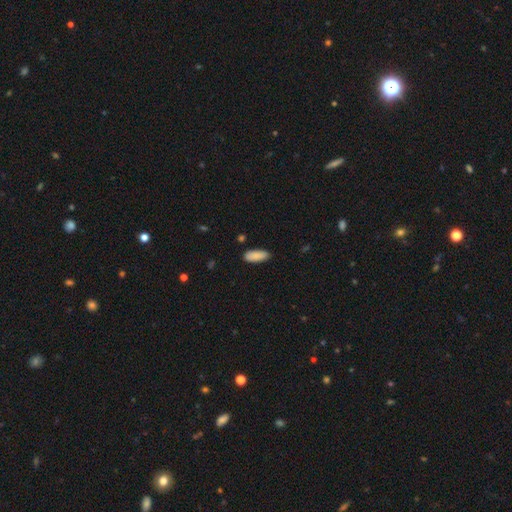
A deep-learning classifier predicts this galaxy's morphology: Smooth or featured? smooth (88%)
How rounded? in between (79%)
Merging? none (83%)